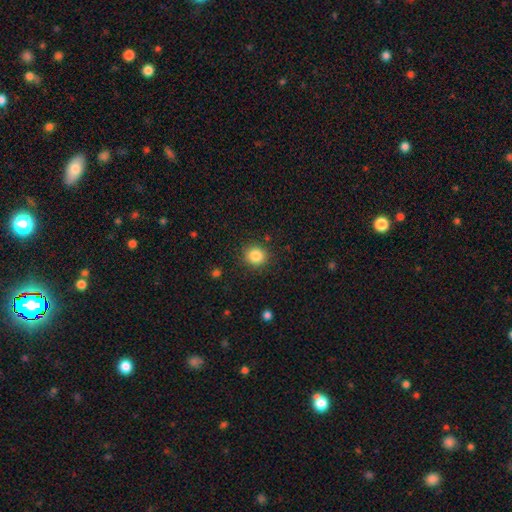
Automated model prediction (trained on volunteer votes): smooth 85%, star or artifact 10%, featured or disk 5%. Down the decision tree: how rounded — round (87%); merging — none (88%).